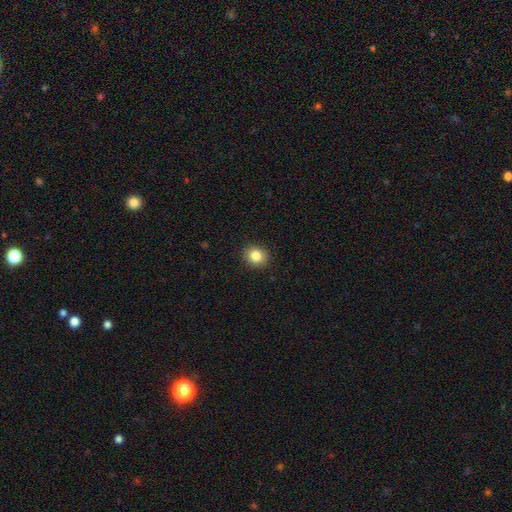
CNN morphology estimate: This appears to be a smooth galaxy with no disk features (84%) that is round (72%). Merging: none (90%).